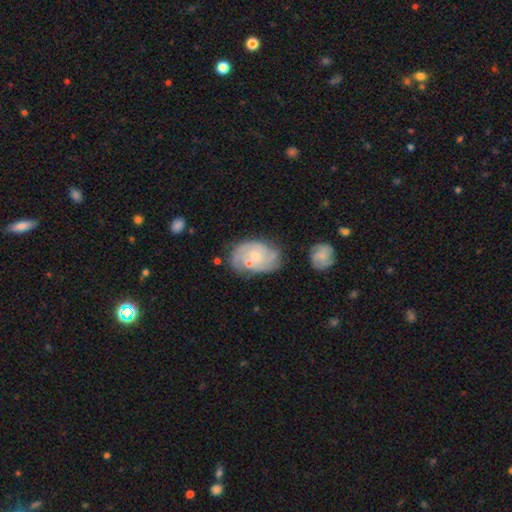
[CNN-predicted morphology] The model was most divided on "spiral arm count": can't tell: 32%, 2: 28%, 3: 25%, 4: 7%, 1: 4%, more than 4: 4%. More confident: edge-on disk — no (97%); spiral arms — yes (88%); bar — no (75%); smooth or featured — featured or disk (72%); bulge size — small (55%); merging — none (54%); spiral winding — tight (53%).